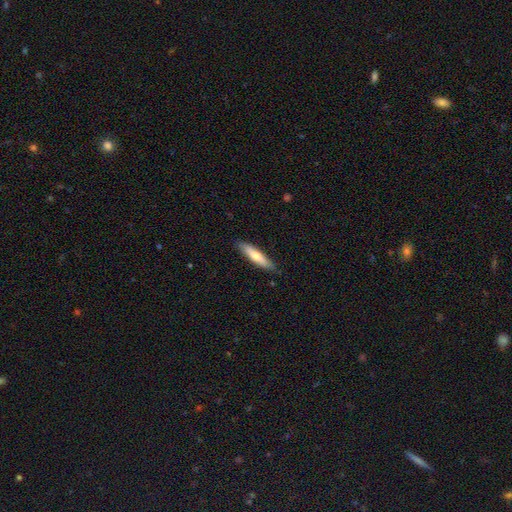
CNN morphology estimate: Smooth or featured? Predicted: smooth (p=0.65). How rounded? Predicted: cigar-shaped (p=0.80). Merging? Predicted: none (p=0.86).